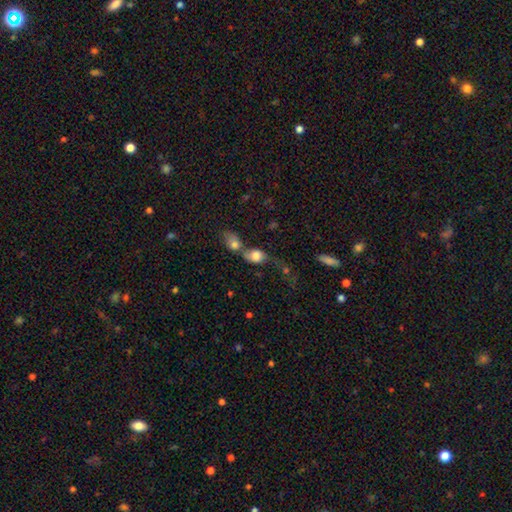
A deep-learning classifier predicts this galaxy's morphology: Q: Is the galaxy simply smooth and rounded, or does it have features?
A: smooth — 70%.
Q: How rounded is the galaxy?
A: in between — 60%.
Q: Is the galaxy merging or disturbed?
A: merger — 66%.